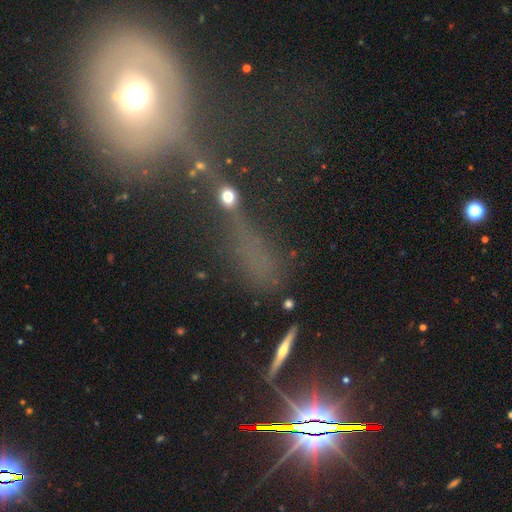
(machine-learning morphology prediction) This is marginally a star or artifact rather than a galaxy (44%).